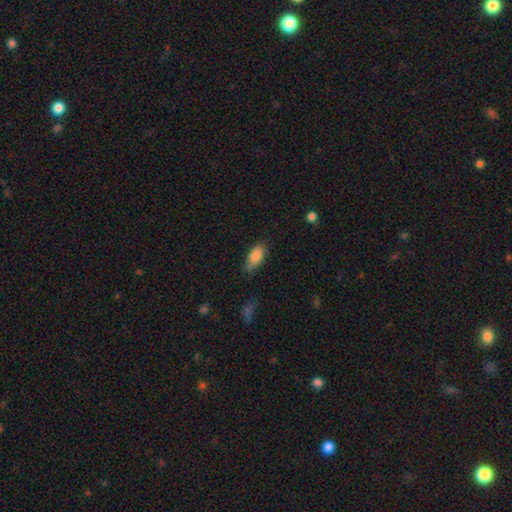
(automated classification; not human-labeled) This appears to be a smooth galaxy with no disk features (85%) that is in between round and cigar-shaped (88%). Merging: none (67%).